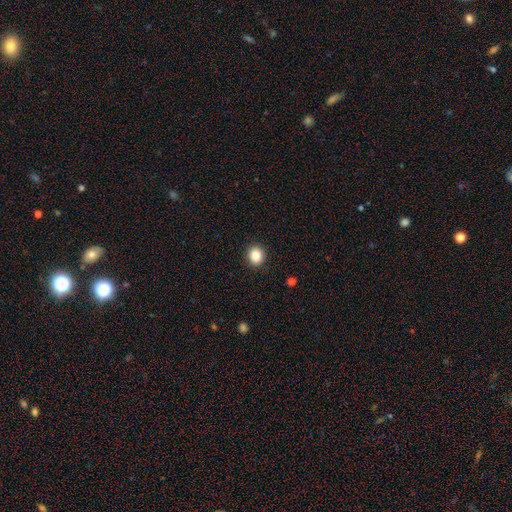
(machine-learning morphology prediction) type=smooth (84%); roundness=round (78%); merging=none (92%).